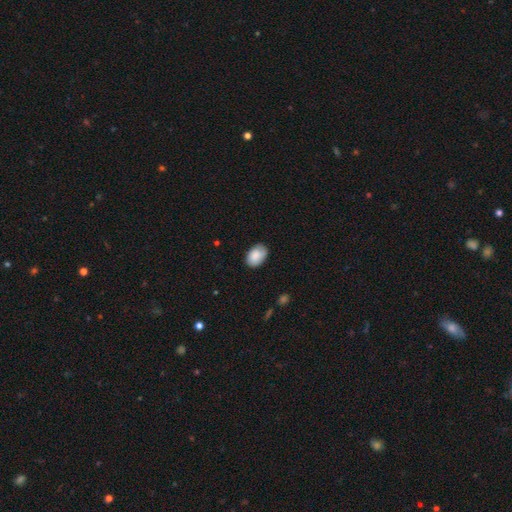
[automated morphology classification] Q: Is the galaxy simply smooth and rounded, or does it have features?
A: smooth — 86%.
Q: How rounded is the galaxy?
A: in between — 85%.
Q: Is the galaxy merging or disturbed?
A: none — 78%.